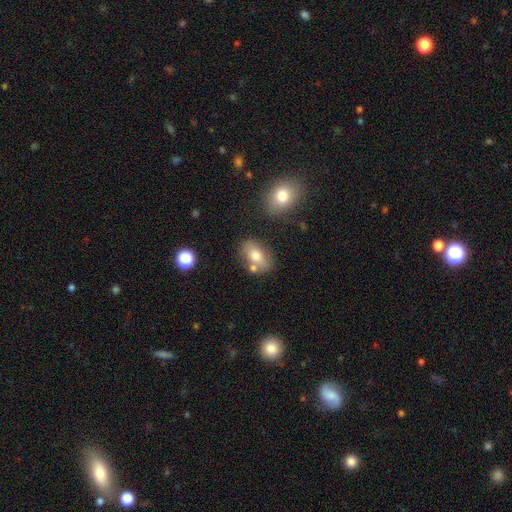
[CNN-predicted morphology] A smooth galaxy with no disk features (72%) that is in between round and cigar-shaped (81%). Merging: none (67%).